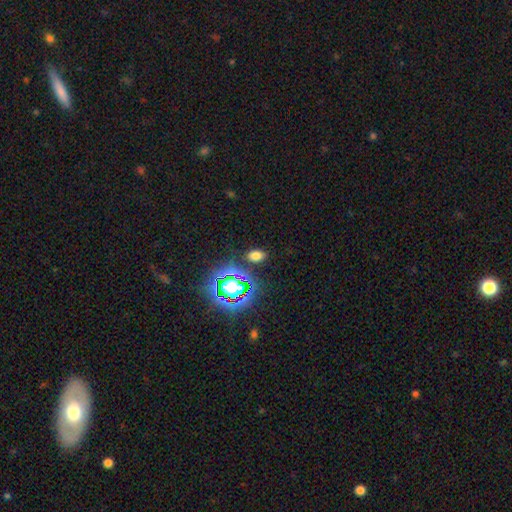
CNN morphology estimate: Q: Smooth or featured?
A: smooth (66%); runner-up: star or artifact (27%)
Q: How rounded?
A: in between (85%); runner-up: round (13%)
Q: Merging?
A: none (85%); runner-up: minor disturbance (9%)